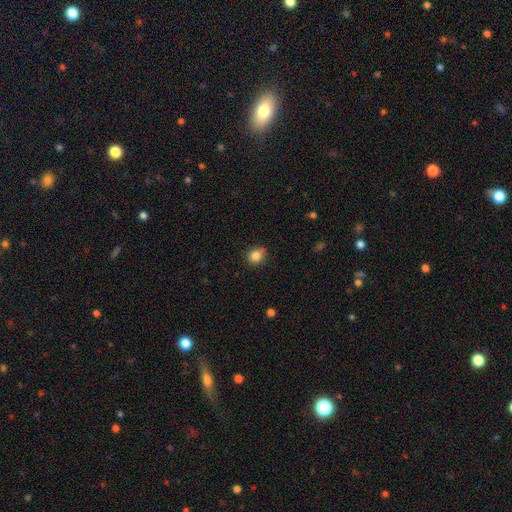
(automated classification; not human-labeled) smooth_or_featured: smooth (p=0.85) [alt: star or artifact p=0.10]
how_rounded: round (p=0.72) [alt: in between p=0.28]
merging: none (p=0.79) [alt: minor disturbance p=0.17]